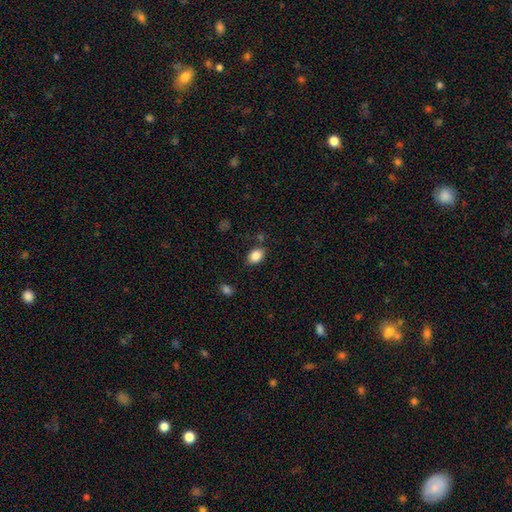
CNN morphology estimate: type=smooth (86%); roundness=in between (76%); merging=none (78%).